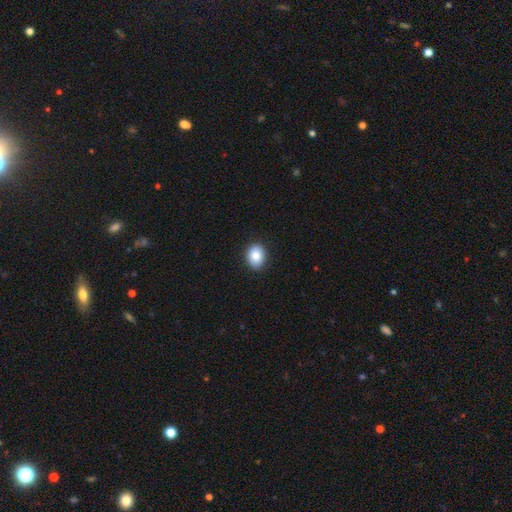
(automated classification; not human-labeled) This is clearly a smooth galaxy (84%). How rounded: possibly in between (57%). Merging: clearly none (90%).